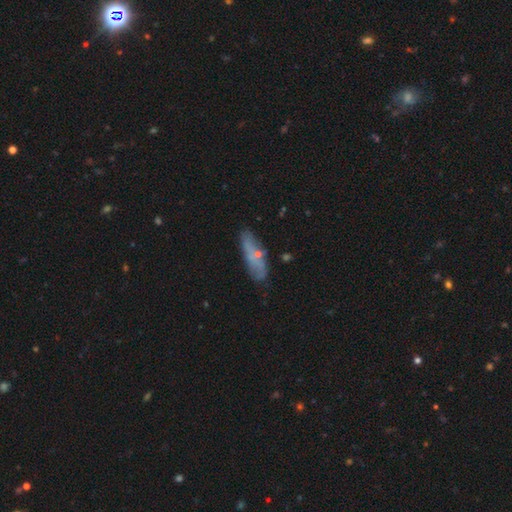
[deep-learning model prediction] A featured or disk galaxy (48%).

Vote fractions:
- Smooth or featured? featured or disk: 48% / smooth: 42% / star or artifact: 9%
- Merging? none: 73% / minor disturbance: 19% / major disturbance: 5% / merger: 4%